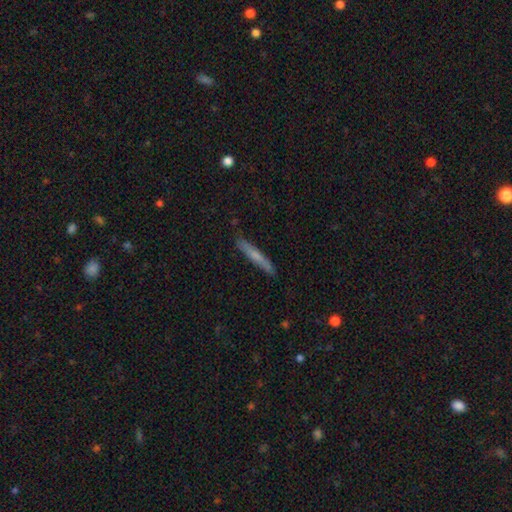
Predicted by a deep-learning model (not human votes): Morphology: type=smooth (59%); roundness=cigar-shaped (95%); merging=none (87%).